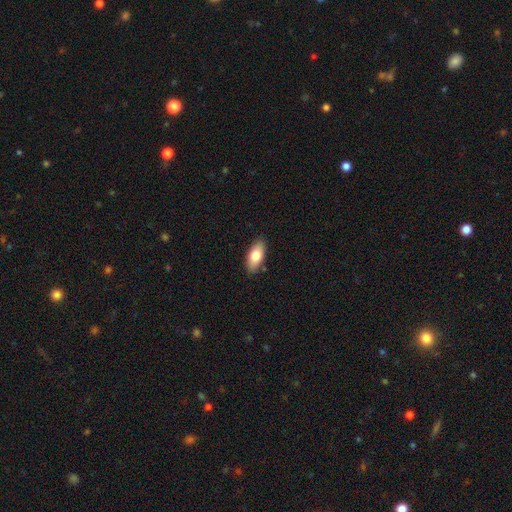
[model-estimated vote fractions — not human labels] smooth_or_featured: smooth (p=0.80) [alt: featured or disk p=0.14]
how_rounded: in between (p=0.89) [alt: cigar-shaped p=0.09]
merging: none (p=0.86) [alt: minor disturbance p=0.10]